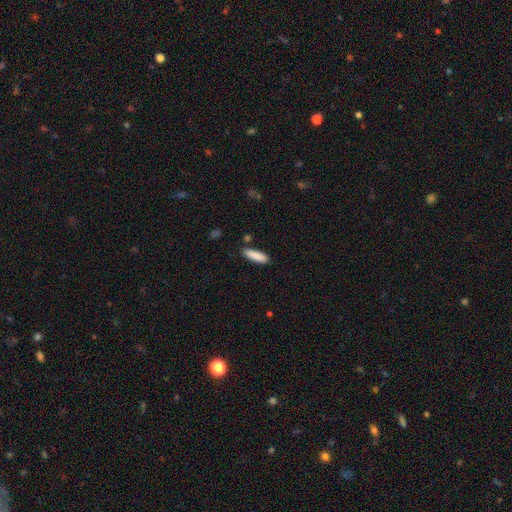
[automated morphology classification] This appears to be a smooth galaxy with no disk features (88%) that is cigar-shaped (62%). Merging: none (85%).